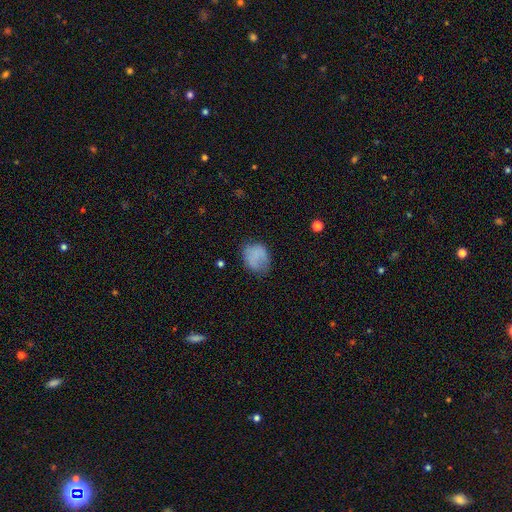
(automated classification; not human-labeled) Morphology: type=smooth (77%); roundness=in between (50%); merging=none (56%).